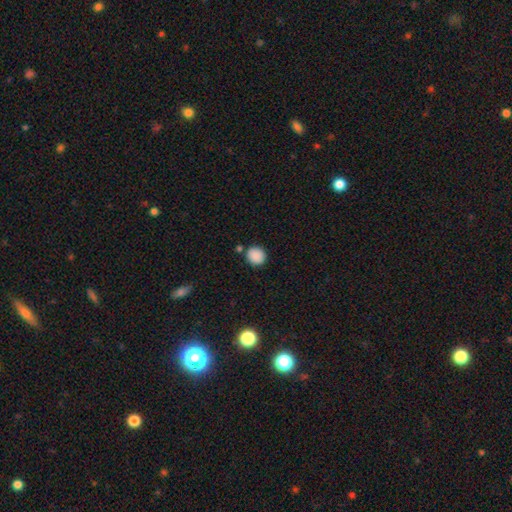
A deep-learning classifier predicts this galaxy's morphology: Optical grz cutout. It shows a smooth galaxy with no disk features (88%) that is round (85%). Merging: none (82%).